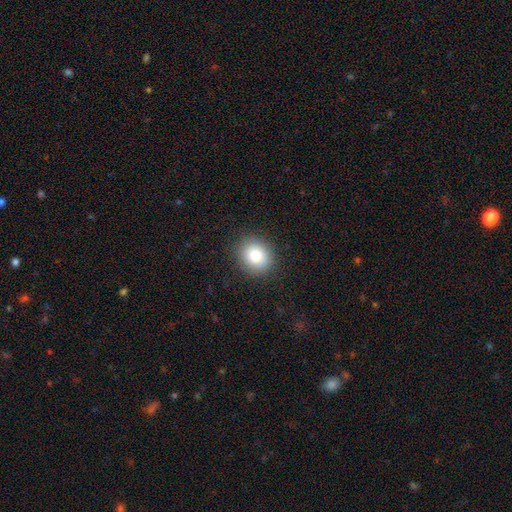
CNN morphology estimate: Smooth or featured? smooth (82%)
How rounded? round (74%)
Merging? none (88%)